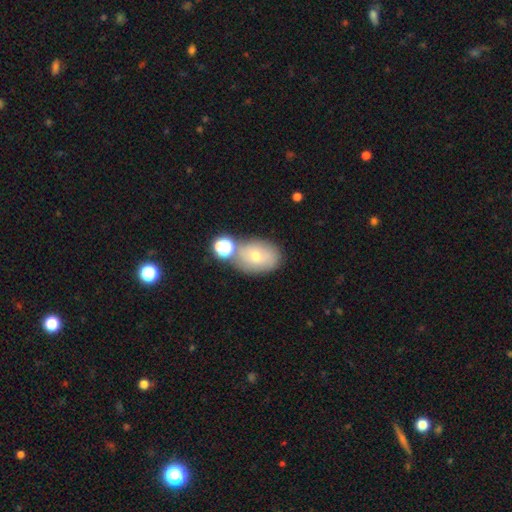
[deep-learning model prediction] Smooth or featured?
  - smooth: 59% *
  - featured or disk: 29%
  - star or artifact: 13%
How rounded?
  - in between: 72% *
  - round: 27%
  - cigar-shaped: 1%
Merging?
  - none: 59% *
  - merger: 22%
  - minor disturbance: 15%
  - major disturbance: 5%